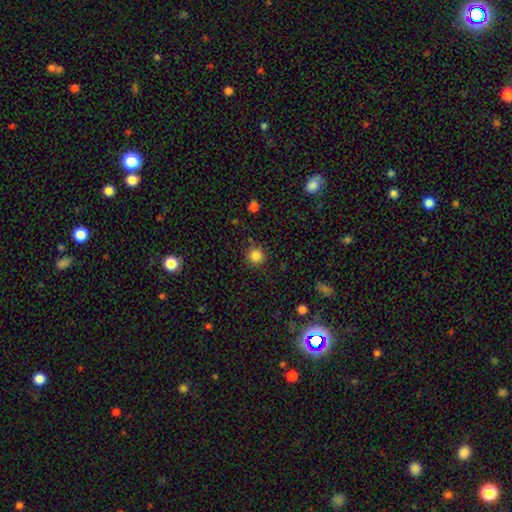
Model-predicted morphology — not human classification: Smooth or featured? Predicted: smooth (p=0.84). How rounded? Predicted: round (p=0.94). Merging? Predicted: none (p=0.85).